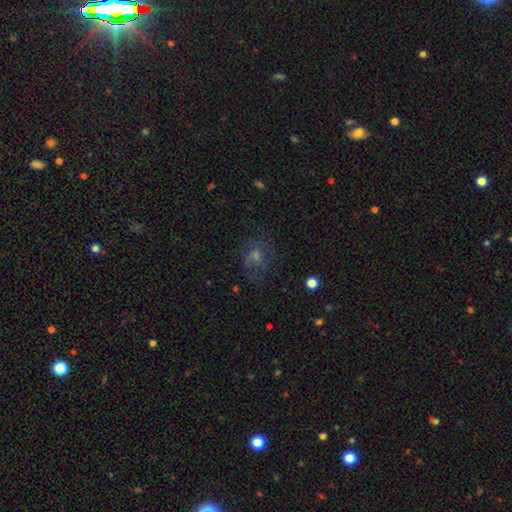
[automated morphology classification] Smooth or featured: smooth — 39% (featured or disk — 35%)
Merging: none — 66% (minor disturbance — 19%)